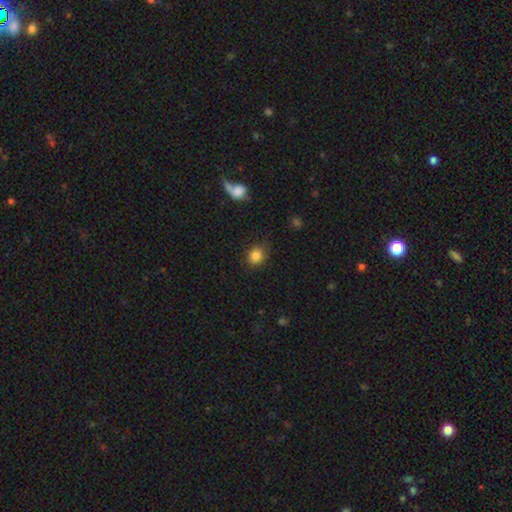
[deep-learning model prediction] Smooth or featured? smooth (84%)
How rounded? round (70%)
Merging? none (83%)